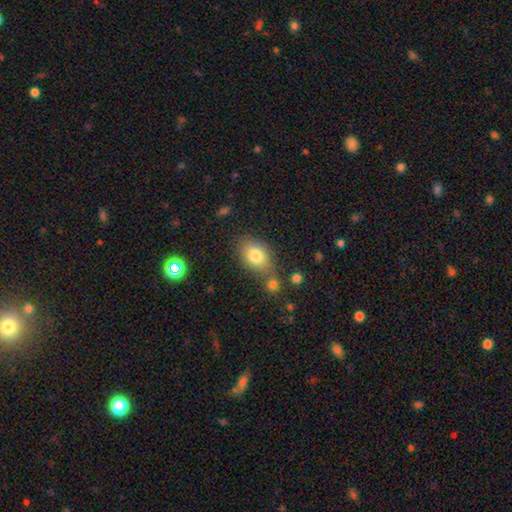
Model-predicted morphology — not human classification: The model was most divided on "merging": none: 59%, merger: 19%, minor disturbance: 16%, major disturbance: 6%. More confident: smooth or featured — smooth (80%); how rounded — in between (75%).